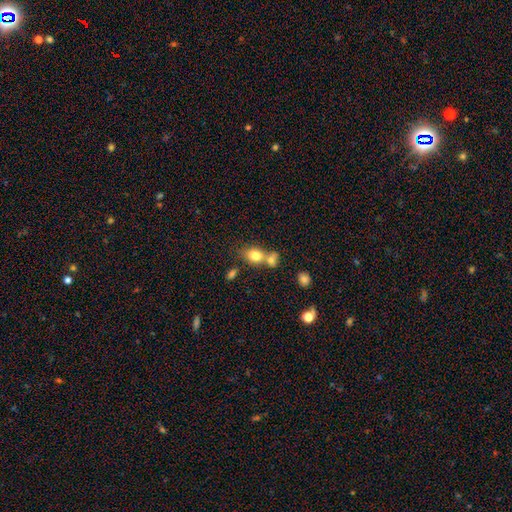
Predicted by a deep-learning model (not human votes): Morphology: type=smooth (79%); roundness=in between (68%); merging=merger (47%).